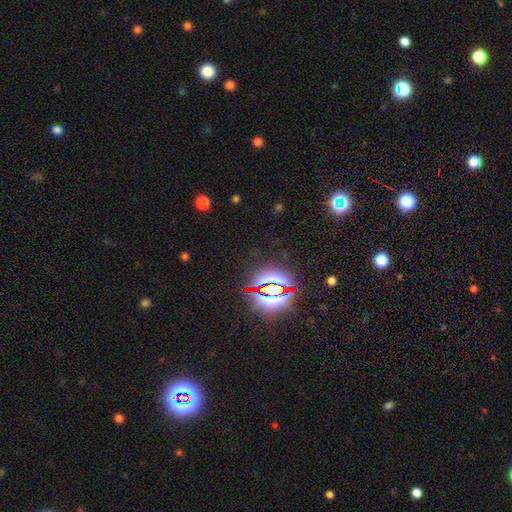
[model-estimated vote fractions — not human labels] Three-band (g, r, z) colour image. It shows a star or artifact, not a galaxy (80%).